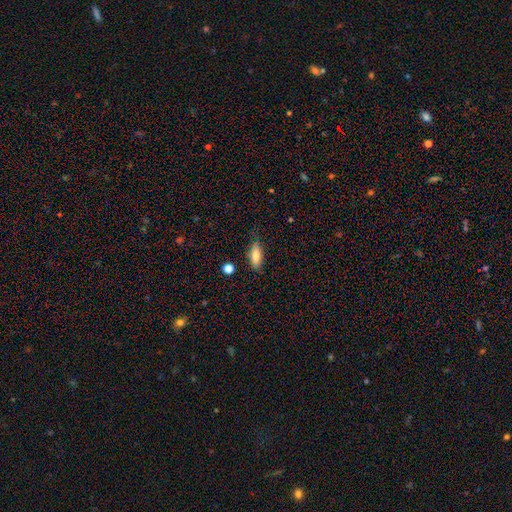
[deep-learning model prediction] Smooth or featured: smooth — 74% (featured or disk — 19%)
How rounded: in between — 67% (cigar-shaped — 30%)
Merging: none — 73% (minor disturbance — 20%)